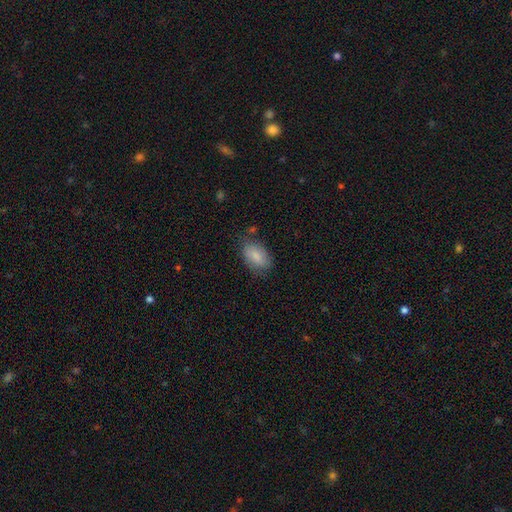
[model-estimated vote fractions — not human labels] The model was most divided on "merging": none: 72%, minor disturbance: 21%, major disturbance: 5%, merger: 2%. More confident: how rounded — in between (91%); smooth or featured — smooth (80%).